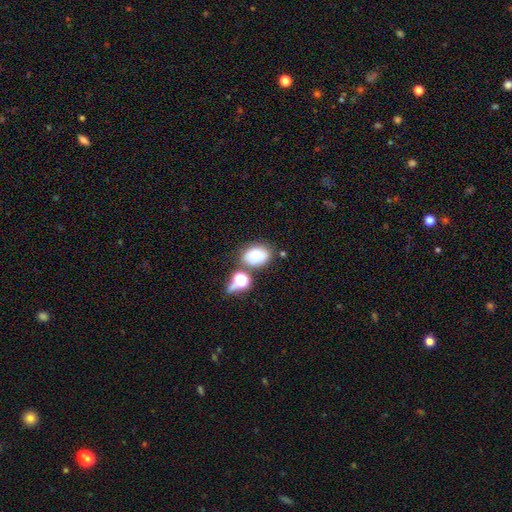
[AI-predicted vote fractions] Overall: smooth (71%). How rounded: in between (77%). Merging: none (61%).